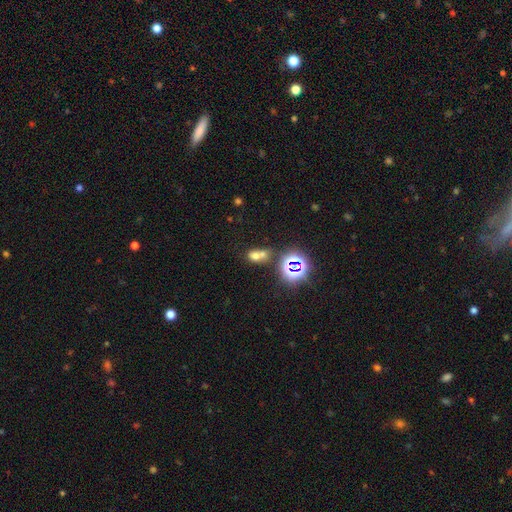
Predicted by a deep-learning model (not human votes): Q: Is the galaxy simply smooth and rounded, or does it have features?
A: smooth — 58%.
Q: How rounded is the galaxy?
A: in between — 58%.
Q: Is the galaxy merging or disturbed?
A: merger — 57%.